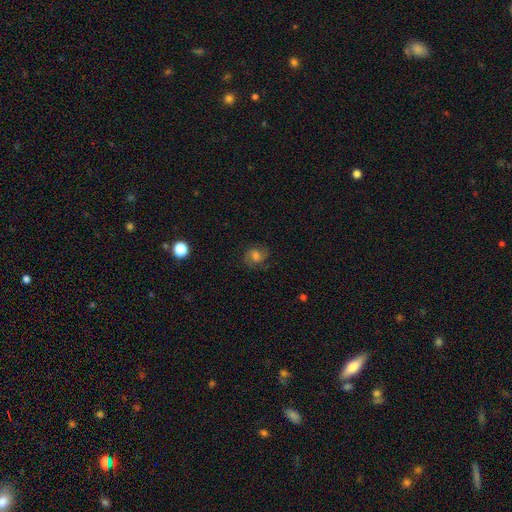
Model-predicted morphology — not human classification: This is marginally a smooth galaxy (45%). Merging: likely none (75%).